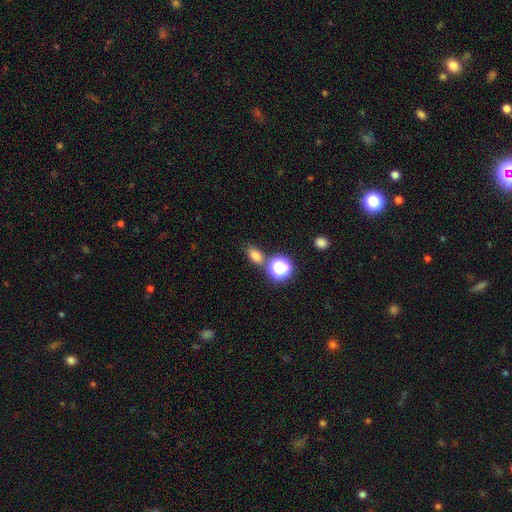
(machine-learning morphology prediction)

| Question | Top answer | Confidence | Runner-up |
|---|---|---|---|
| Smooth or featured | smooth | 73% | star or artifact (20%) |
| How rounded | in between | 71% | round (27%) |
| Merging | none | 69% | merger (15%) |